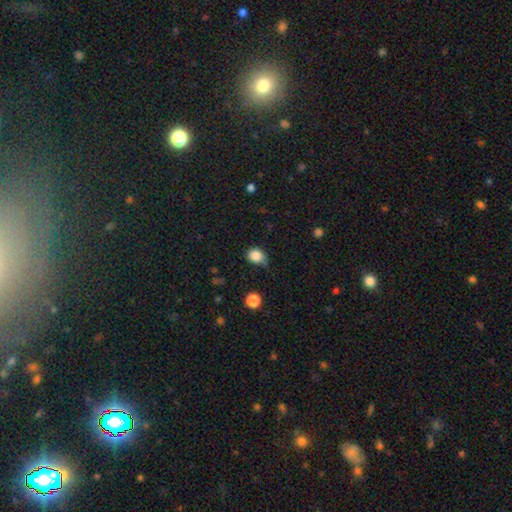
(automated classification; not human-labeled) This appears to be a smooth galaxy with no disk features (85%) that is round (61%). Merging: none (59%).